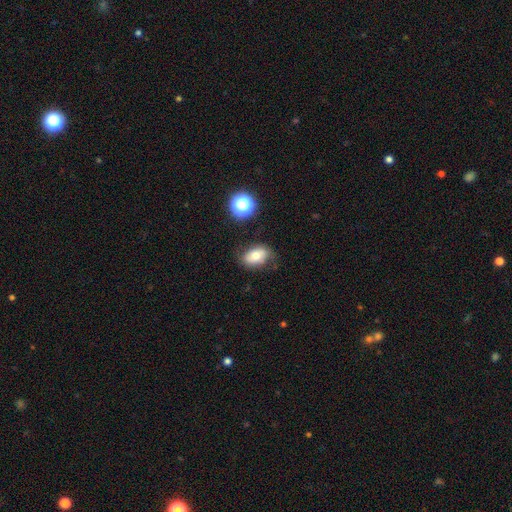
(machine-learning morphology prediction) Q: Smooth or featured?
A: smooth (71%); runner-up: featured or disk (18%)
Q: How rounded?
A: in between (85%); runner-up: round (14%)
Q: Merging?
A: none (71%); runner-up: minor disturbance (20%)